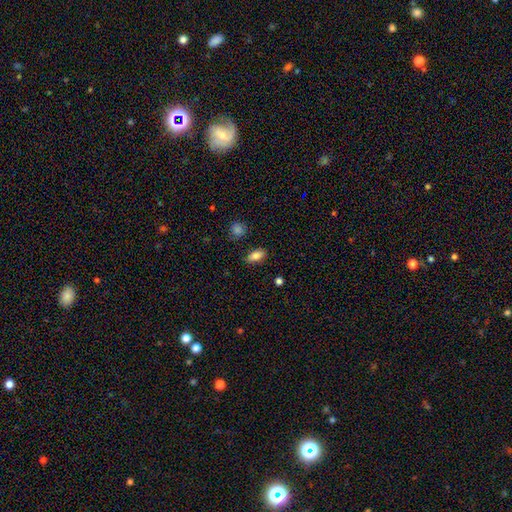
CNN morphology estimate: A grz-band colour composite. It shows a smooth galaxy with no disk features (80%) that is in between round and cigar-shaped (85%). Merging: none (85%).